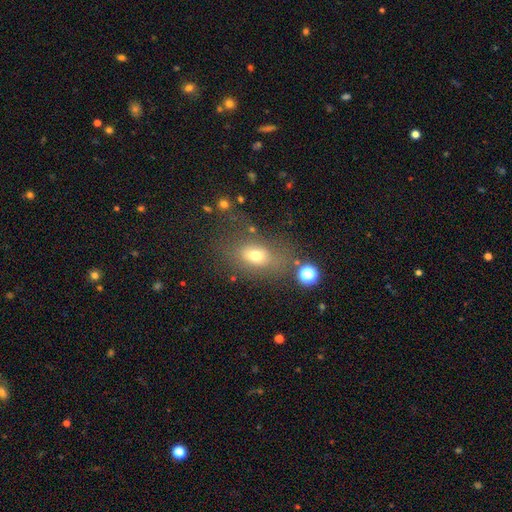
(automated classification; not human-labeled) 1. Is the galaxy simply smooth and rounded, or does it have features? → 68% smooth, 17% featured or disk, 15% star or artifact.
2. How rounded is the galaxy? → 73% in between, 24% round, 3% cigar-shaped.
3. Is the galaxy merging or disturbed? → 59% none, 19% minor disturbance, 15% major disturbance, 7% merger.